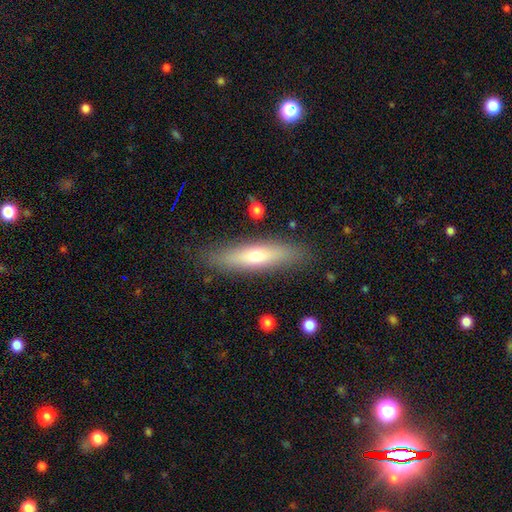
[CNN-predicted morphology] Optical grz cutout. It shows a smooth galaxy with no disk features (56%) that is cigar-shaped (76%). Merging: none (86%).